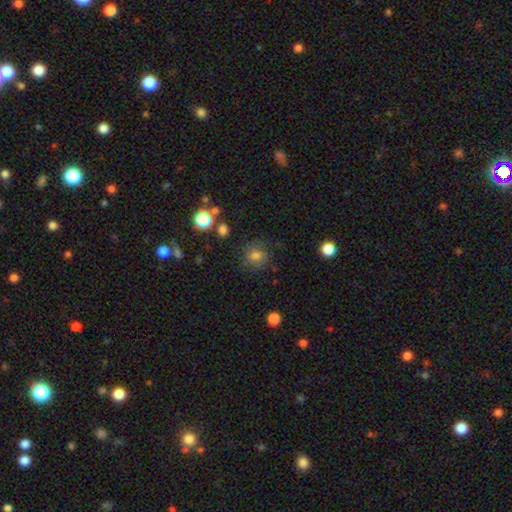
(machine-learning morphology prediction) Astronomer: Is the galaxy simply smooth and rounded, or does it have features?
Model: smooth — 75%.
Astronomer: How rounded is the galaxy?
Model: round — 76%.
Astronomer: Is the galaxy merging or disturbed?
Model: none — 71%.